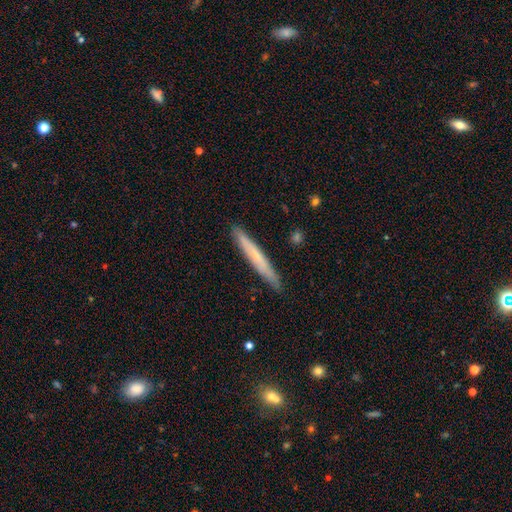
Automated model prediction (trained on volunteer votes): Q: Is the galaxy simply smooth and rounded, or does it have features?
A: smooth — 49%.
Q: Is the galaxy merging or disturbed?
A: none — 89%.